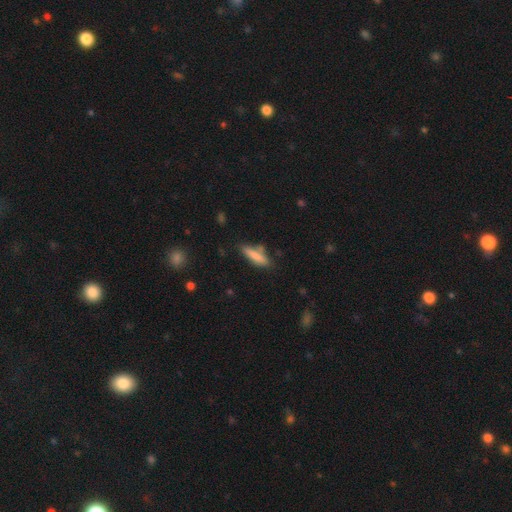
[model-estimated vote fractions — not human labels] A smooth galaxy with no disk features (79%) that is cigar-shaped (70%).

Vote fractions:
- Smooth or featured? smooth: 79% / featured or disk: 14% / star or artifact: 7%
- How rounded? cigar-shaped: 70% / in between: 28% / round: 2%
- Merging? none: 72% / minor disturbance: 17% / merger: 7% / major disturbance: 4%